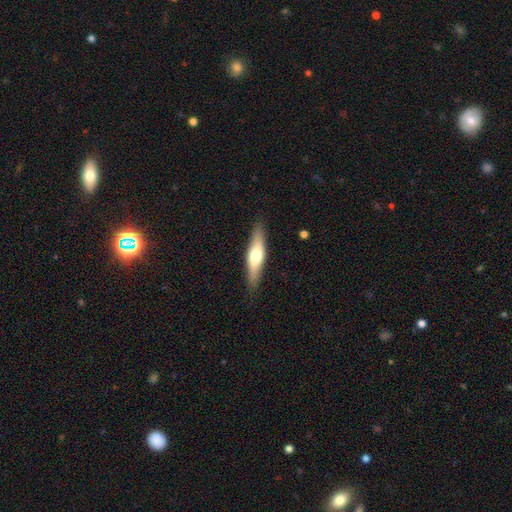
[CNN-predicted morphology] A smooth galaxy with no disk features (47%, tied with featured or disk).

Vote fractions:
- Smooth or featured? smooth: 47% (tied) / featured or disk: 47% (tied) / star or artifact: 5%
- Merging? none: 87% / minor disturbance: 9% / major disturbance: 2% / merger: 1%